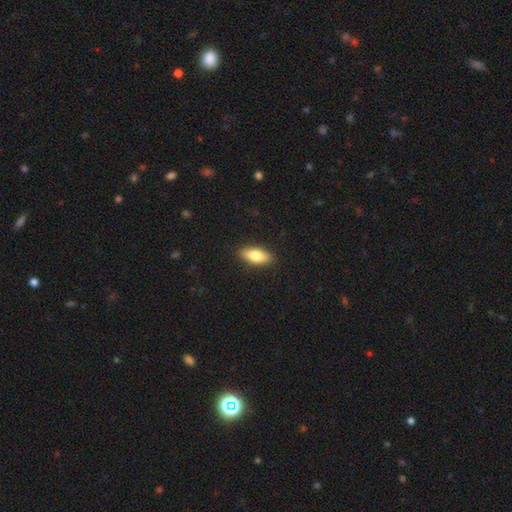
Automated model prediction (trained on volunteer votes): Smooth or featured? smooth (77%)
How rounded? in between (76%)
Merging? none (90%)